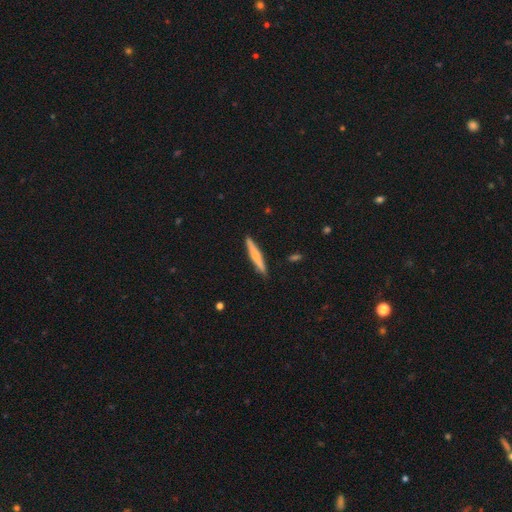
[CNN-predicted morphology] Smooth or featured? Predicted: smooth (p=0.55). How rounded? Predicted: cigar-shaped (p=0.94). Merging? Predicted: none (p=0.89).